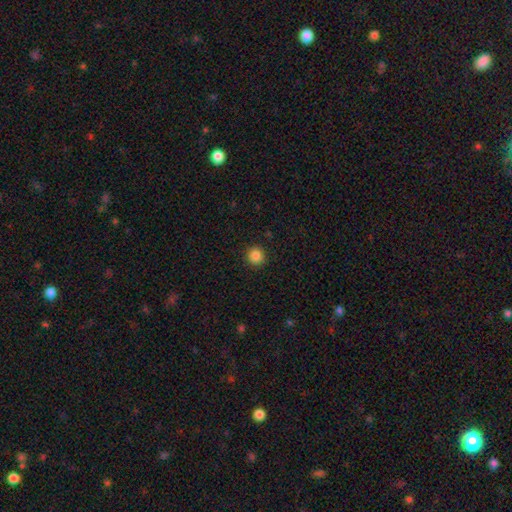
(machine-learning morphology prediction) type=smooth (86%); roundness=round (93%); merging=none (92%).